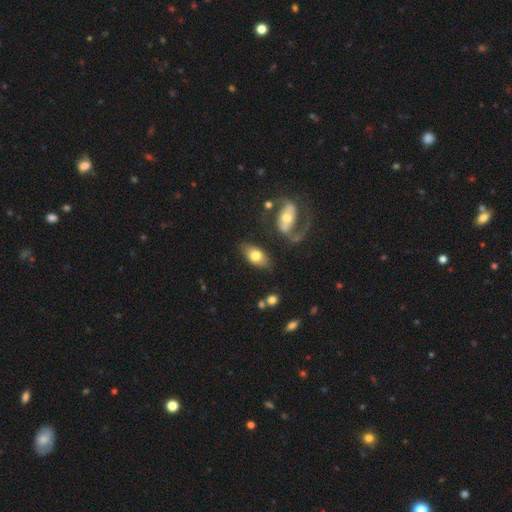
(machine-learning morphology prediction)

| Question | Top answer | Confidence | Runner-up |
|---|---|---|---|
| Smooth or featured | smooth | 68% | featured or disk (25%) |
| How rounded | in between | 90% | round (6%) |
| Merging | none | 71% | minor disturbance (16%) |